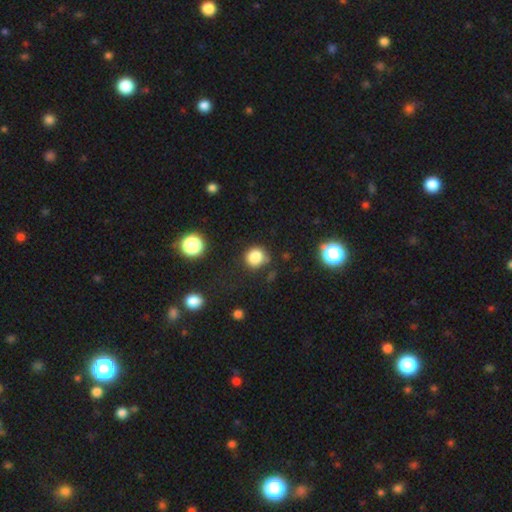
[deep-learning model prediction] Smooth or featured: smooth — 83% (star or artifact — 13%)
How rounded: round — 87% (in between — 12%)
Merging: none — 73% (minor disturbance — 17%)